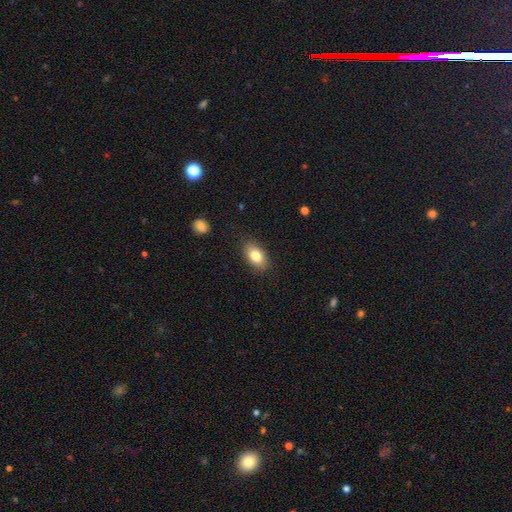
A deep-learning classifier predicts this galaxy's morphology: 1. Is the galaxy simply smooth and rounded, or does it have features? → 82% smooth, 11% featured or disk, 8% star or artifact.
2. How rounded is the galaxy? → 89% in between, 8% round, 2% cigar-shaped.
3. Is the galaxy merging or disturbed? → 86% none, 10% minor disturbance, 3% major disturbance, 1% merger.